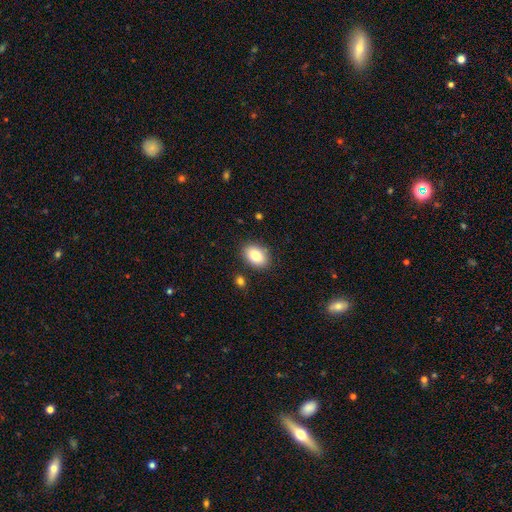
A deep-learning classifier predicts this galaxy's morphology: A smooth galaxy with no disk features (86%) that is in between round and cigar-shaped (84%).

Vote fractions:
- Smooth or featured? smooth: 86% / star or artifact: 7% / featured or disk: 7%
- How rounded? in between: 84% / round: 15% / cigar-shaped: 1%
- Merging? none: 85% / minor disturbance: 10% / merger: 3% / major disturbance: 3%